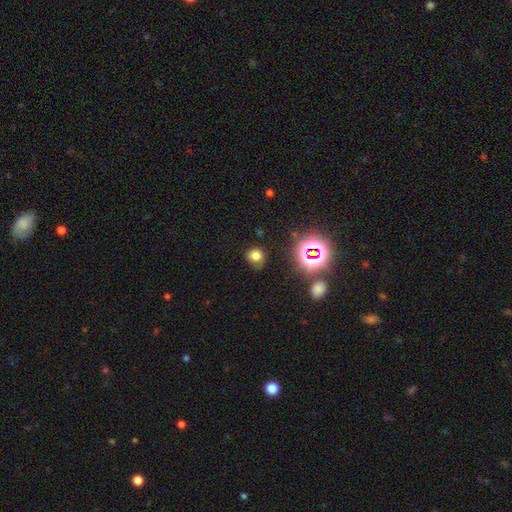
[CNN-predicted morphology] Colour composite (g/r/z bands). It shows a smooth galaxy with no disk features (72%) that is round (81%). Merging: none (76%).